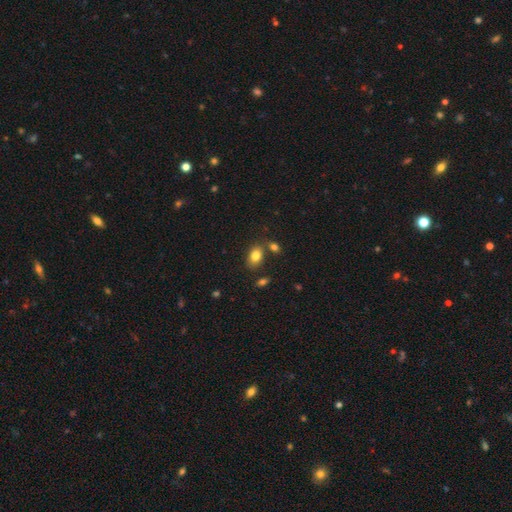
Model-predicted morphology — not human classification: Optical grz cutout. It shows a smooth galaxy with no disk features (82%) that is in between round and cigar-shaped (82%). Merging: none (72%).